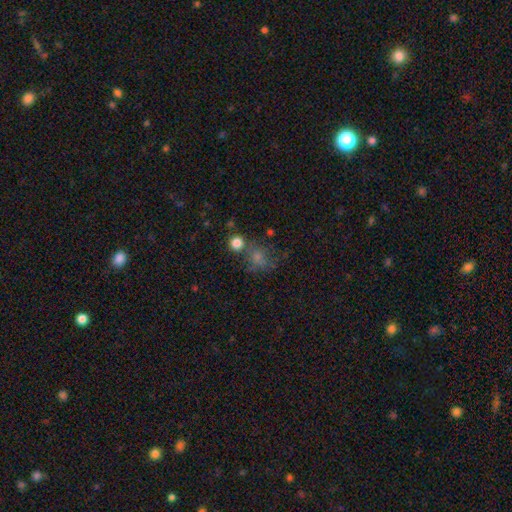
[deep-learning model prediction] Overall: smooth (61%; star or artifact 24%). How rounded: round (72%). Merging: none (51%; merger 17%).